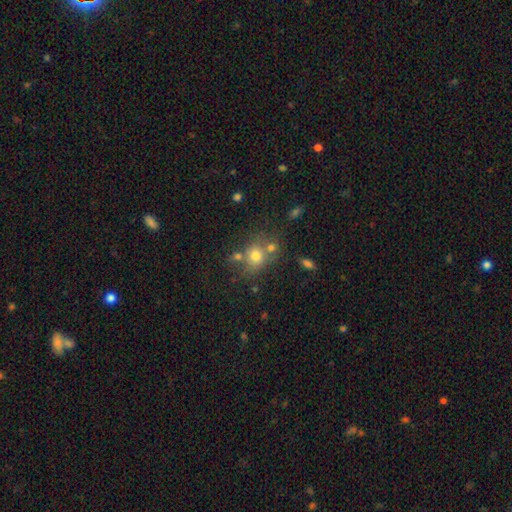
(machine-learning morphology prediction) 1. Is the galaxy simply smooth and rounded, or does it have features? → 69% smooth, 16% star or artifact, 15% featured or disk.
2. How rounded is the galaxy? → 70% round, 29% in between, 1% cigar-shaped.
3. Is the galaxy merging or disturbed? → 54% none, 26% merger, 14% minor disturbance, 6% major disturbance.